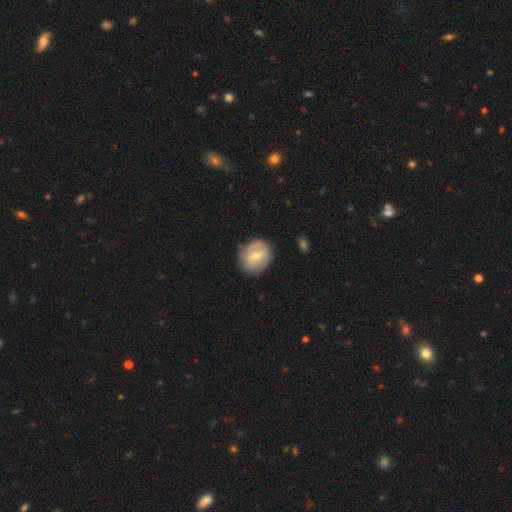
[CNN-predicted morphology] A featured or disk galaxy (58%) with a weak bar (50%), spiral arms (73%) and a small central bulge (53%).

Vote fractions:
- Smooth or featured? featured or disk: 58% / smooth: 36% / star or artifact: 6%
- Edge-on disk? no: 97% / yes: 3%
- Bar? weak: 50% / no: 29% / strong: 20%
- Spiral arms? yes: 73% / no: 27%
- Bulge size? small: 53% / moderate: 44% / large: 2% / none: 1% / dominant: 1%
- Merging? none: 76% / minor disturbance: 17% / major disturbance: 5% / merger: 2%